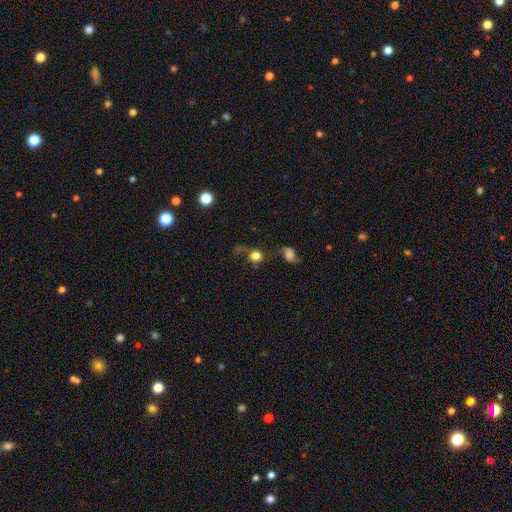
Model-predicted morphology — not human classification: A smooth galaxy with no disk features (71%) that is round (85%). Merging: none (42%).